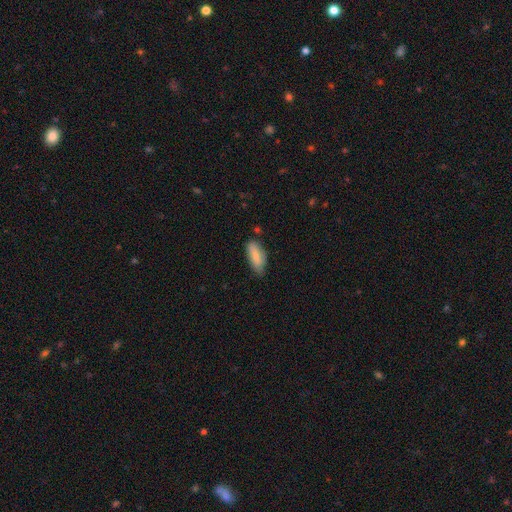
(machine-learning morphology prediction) Q: Smooth or featured?
A: smooth (84%); runner-up: featured or disk (9%)
Q: How rounded?
A: in between (75%); runner-up: cigar-shaped (24%)
Q: Merging?
A: none (68%); runner-up: minor disturbance (25%)